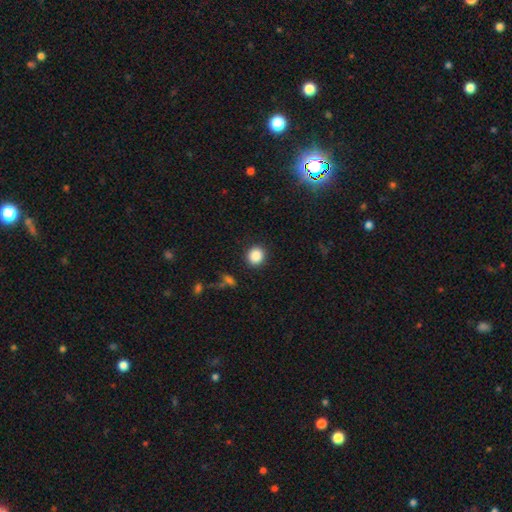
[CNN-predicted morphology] type=smooth (88%); roundness=round (83%); merging=none (90%).